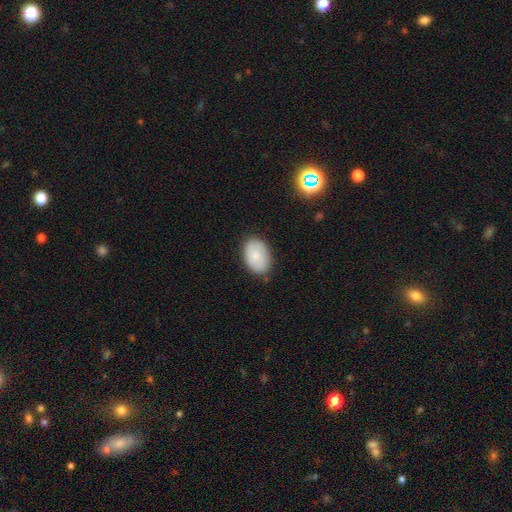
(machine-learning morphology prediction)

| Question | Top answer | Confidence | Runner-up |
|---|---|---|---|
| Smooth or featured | smooth | 82% | featured or disk (12%) |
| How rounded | in between | 82% | round (17%) |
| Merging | none | 81% | minor disturbance (14%) |